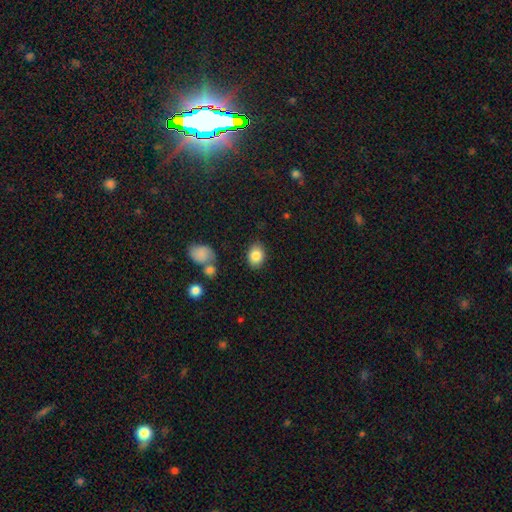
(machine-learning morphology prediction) smooth_or_featured: smooth (p=0.85) [alt: star or artifact p=0.08]
how_rounded: in between (p=0.71) [alt: round p=0.28]
merging: none (p=0.83) [alt: minor disturbance p=0.12]